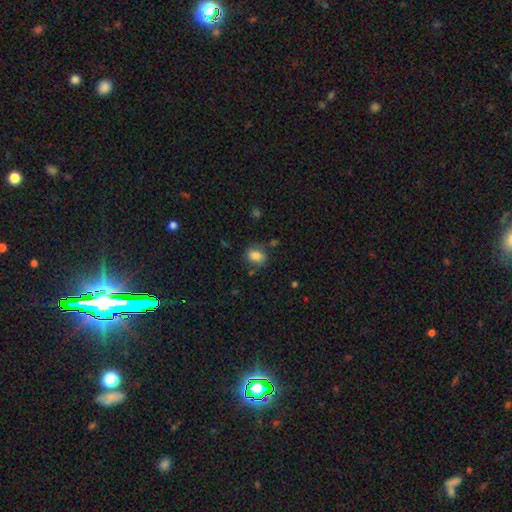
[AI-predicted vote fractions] A smooth galaxy with no disk features (82%) that is in between round and cigar-shaped (66%).

Vote fractions:
- Smooth or featured? smooth: 82% / star or artifact: 10% / featured or disk: 9%
- How rounded? in between: 66% / round: 32% / cigar-shaped: 1%
- Merging? none: 73% / minor disturbance: 17% / merger: 5% / major disturbance: 5%